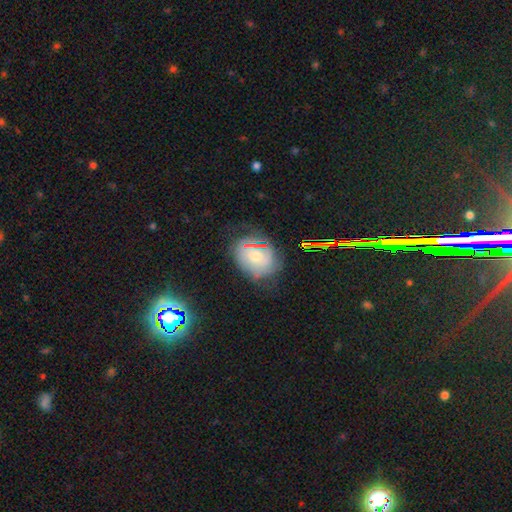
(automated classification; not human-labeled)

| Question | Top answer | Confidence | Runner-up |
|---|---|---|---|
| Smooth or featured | featured or disk | 52% | smooth (33%) |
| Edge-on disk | no | 95% | yes (5%) |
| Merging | none | 61% | minor disturbance (24%) |